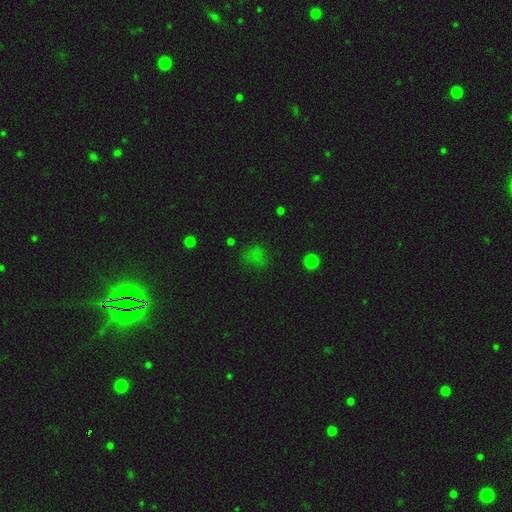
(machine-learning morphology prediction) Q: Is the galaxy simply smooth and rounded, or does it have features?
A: smooth — 59%.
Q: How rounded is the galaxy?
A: round — 70%.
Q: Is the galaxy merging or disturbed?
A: none — 62%.